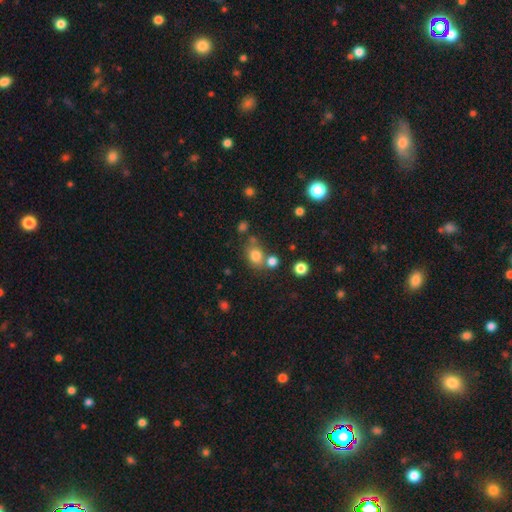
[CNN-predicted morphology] This is likely a smooth galaxy (78%). How rounded: likely round (64%). Merging: likely none (62%).